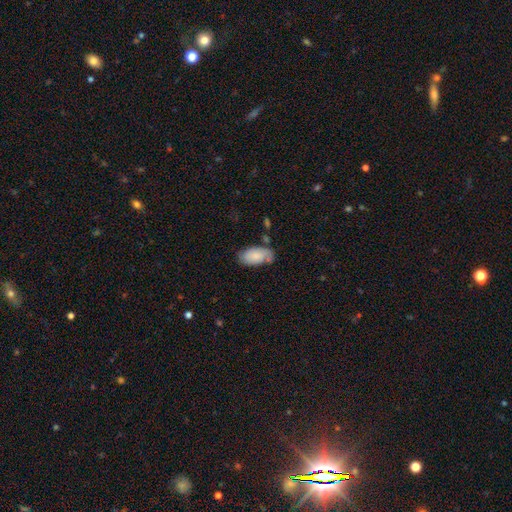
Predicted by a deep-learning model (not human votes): smooth_or_featured: smooth (p=0.69) [alt: featured or disk p=0.24]
how_rounded: in between (p=0.94) [alt: round p=0.03]
merging: none (p=0.58) [alt: minor disturbance p=0.26]